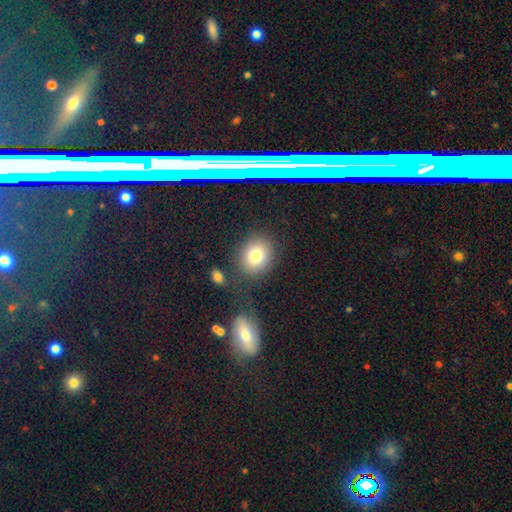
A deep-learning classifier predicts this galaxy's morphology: Smooth or featured? smooth (78%)
How rounded? round (61%)
Merging? none (80%)